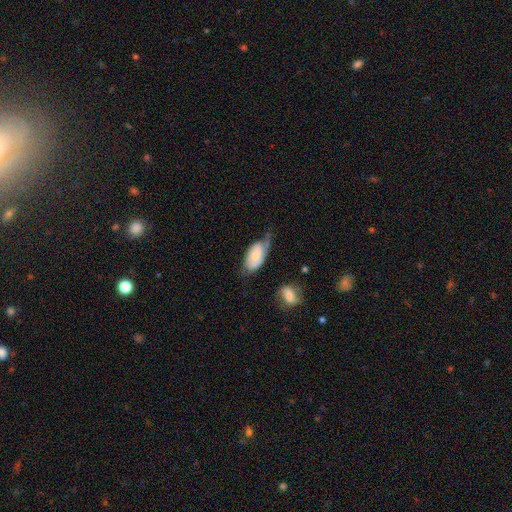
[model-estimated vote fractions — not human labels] A featured or disk galaxy (47%, tied with smooth). Merging: minor disturbance (35%).